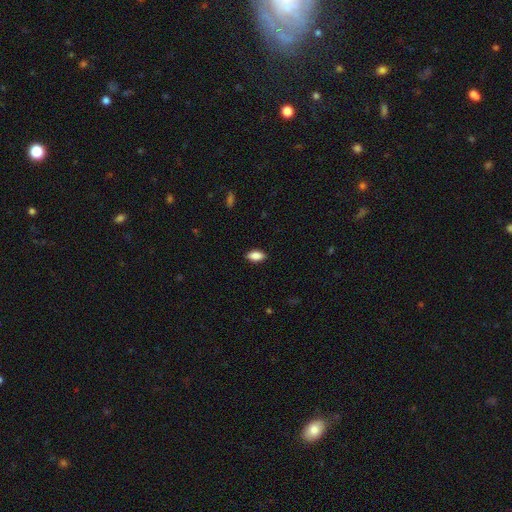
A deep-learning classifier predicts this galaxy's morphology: Q: Smooth or featured?
A: smooth (89%); runner-up: star or artifact (7%)
Q: How rounded?
A: in between (91%); runner-up: cigar-shaped (5%)
Q: Merging?
A: none (88%); runner-up: minor disturbance (9%)